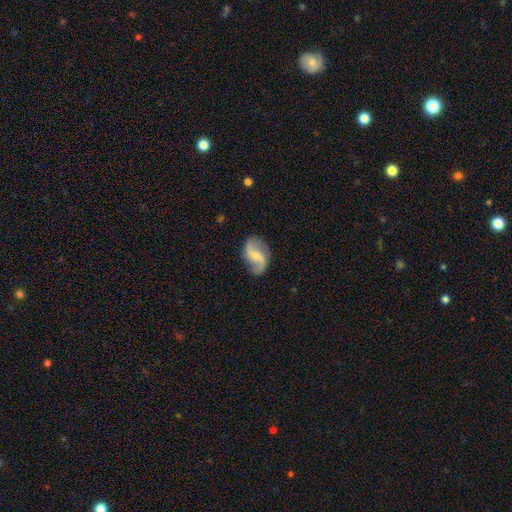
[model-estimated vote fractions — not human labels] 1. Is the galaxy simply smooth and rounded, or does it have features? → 81% featured or disk, 14% smooth, 6% star or artifact.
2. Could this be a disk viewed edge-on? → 97% no, 3% yes.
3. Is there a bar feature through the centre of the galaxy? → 48% weak, 31% no, 21% strong.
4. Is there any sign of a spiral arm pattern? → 95% yes, 5% no.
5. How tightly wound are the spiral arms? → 74% loose, 21% medium, 5% tight.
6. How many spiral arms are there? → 92% 2, 3% can't tell, 2% 1, 1% 3, 1% 4, 1% more than 4.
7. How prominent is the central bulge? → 56% small, 28% moderate, 13% none, 2% large, 1% dominant.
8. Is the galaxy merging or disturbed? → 79% none, 15% minor disturbance, 5% major disturbance, 1% merger.